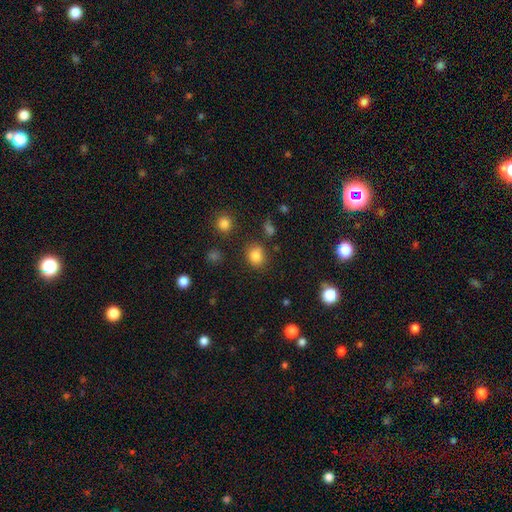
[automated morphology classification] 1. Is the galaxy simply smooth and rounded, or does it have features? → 81% smooth, 14% star or artifact, 6% featured or disk.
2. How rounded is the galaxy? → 66% round, 33% in between, 1% cigar-shaped.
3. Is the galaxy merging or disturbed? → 78% none, 13% minor disturbance, 6% merger, 4% major disturbance.